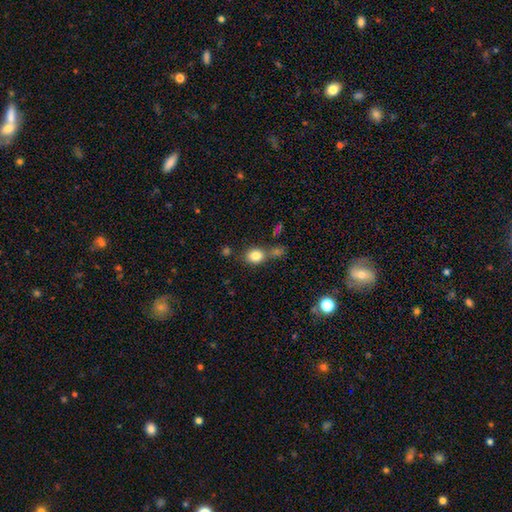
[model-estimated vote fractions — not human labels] Q: Smooth or featured?
A: smooth (83%); runner-up: star or artifact (10%)
Q: How rounded?
A: round (62%); runner-up: in between (37%)
Q: Merging?
A: none (60%); runner-up: merger (23%)